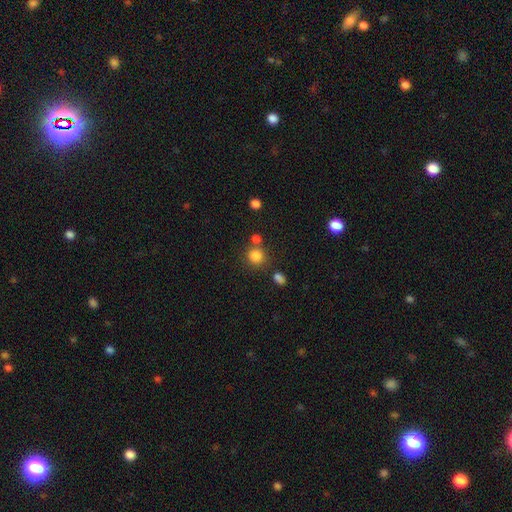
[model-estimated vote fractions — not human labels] This is clearly a smooth galaxy (82%). How rounded: clearly round (86%). Merging: likely none (68%).